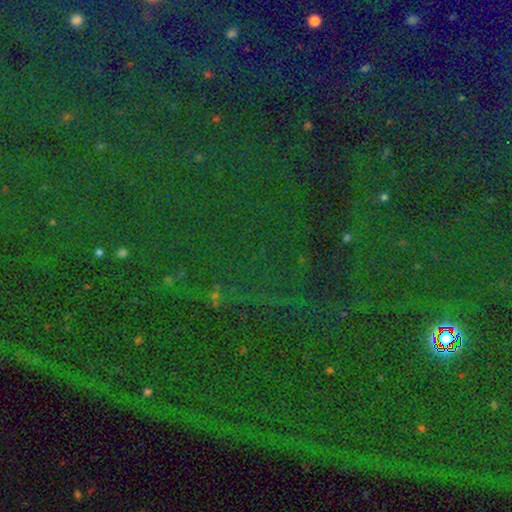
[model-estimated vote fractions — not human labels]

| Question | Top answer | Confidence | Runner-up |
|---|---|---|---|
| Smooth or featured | star or artifact | 83% | smooth (10%) |